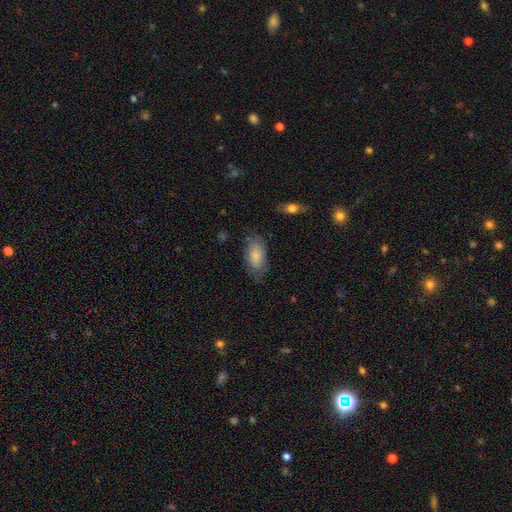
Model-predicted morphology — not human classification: Smooth or featured? smooth (81%)
How rounded? in between (93%)
Merging? none (67%)